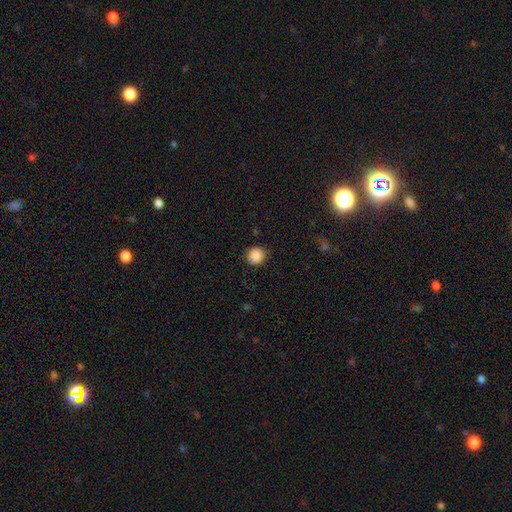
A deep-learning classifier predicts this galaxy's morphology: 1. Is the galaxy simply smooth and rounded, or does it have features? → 88% smooth, 10% star or artifact, 3% featured or disk.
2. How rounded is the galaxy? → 93% round, 6% in between, 1% cigar-shaped.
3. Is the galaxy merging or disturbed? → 89% none, 8% minor disturbance, 2% major disturbance, 1% merger.